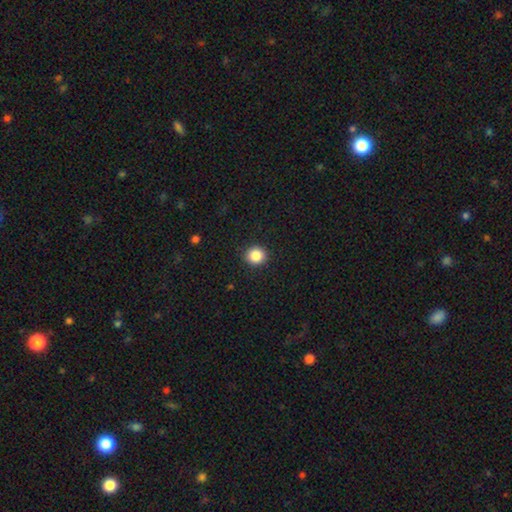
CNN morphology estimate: This is clearly a smooth galaxy (86%). How rounded: clearly round (90%). Merging: clearly none (92%).